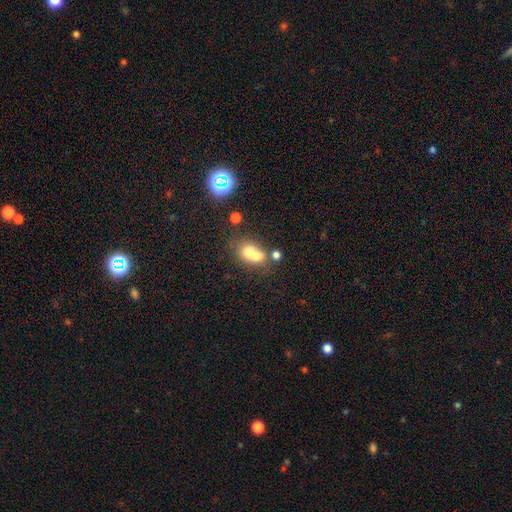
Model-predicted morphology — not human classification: This appears to be a smooth galaxy with no disk features (66%) that is round (64%). Merging: merger (65%).